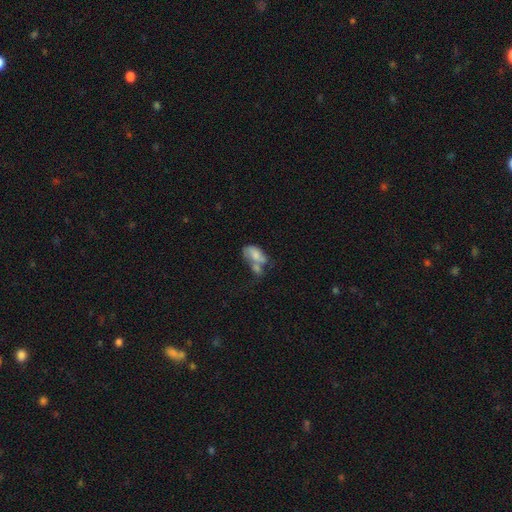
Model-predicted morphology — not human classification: Smooth or featured?
  - smooth: 60% *
  - featured or disk: 31%
  - star or artifact: 9%
How rounded?
  - in between: 90% *
  - round: 7%
  - cigar-shaped: 4%
Merging?
  - merger: 54% *
  - none: 18%
  - minor disturbance: 14%
  - major disturbance: 14%